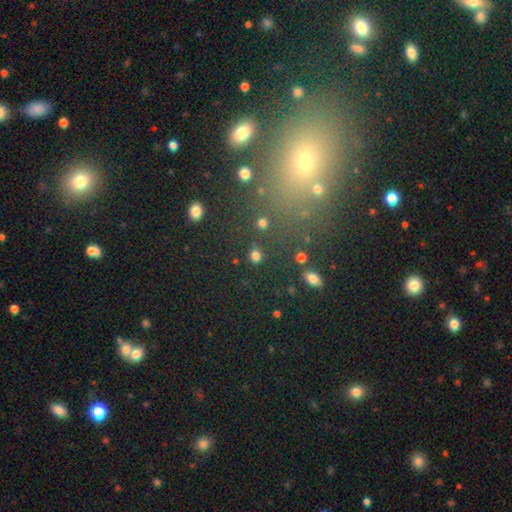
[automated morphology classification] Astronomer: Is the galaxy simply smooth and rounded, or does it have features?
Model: smooth — 81%.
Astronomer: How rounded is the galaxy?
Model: round — 83%.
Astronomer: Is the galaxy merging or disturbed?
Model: none — 85%.